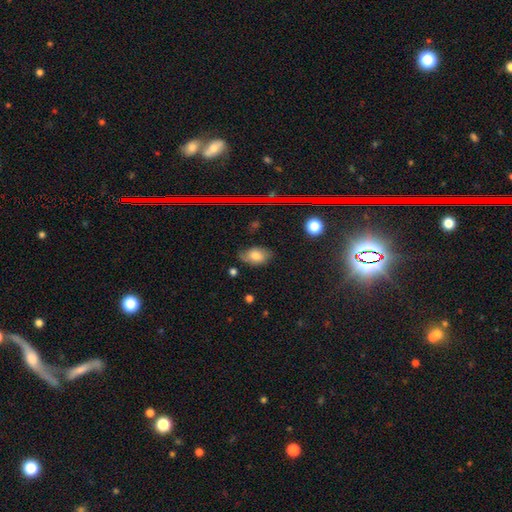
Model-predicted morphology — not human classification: smooth 71%, featured or disk 17%, star or artifact 12%. Down the decision tree: how rounded — in between (87%); merging — none (73%).